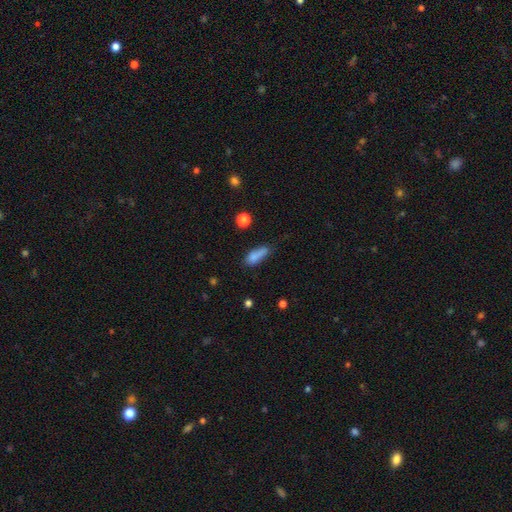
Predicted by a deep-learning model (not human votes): Smooth or featured? Predicted: smooth (p=0.79). How rounded? Predicted: in between (p=0.64). Merging? Predicted: none (p=0.46).